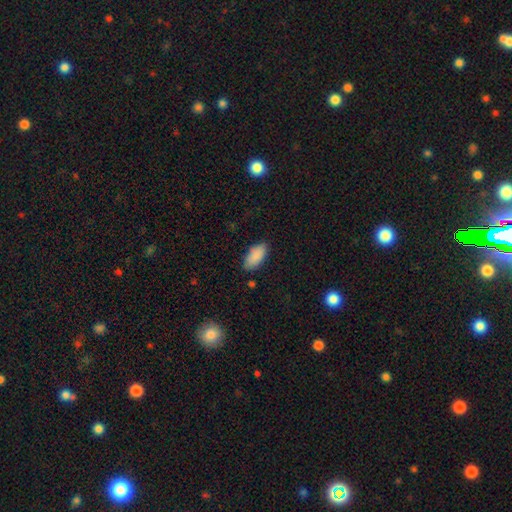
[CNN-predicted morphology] smooth-or-featured: smooth: 89% | star or artifact: 6% | featured or disk: 4%
  how-rounded: in between: 92% | cigar-shaped: 6% | round: 2%
  merging: none: 82% | minor disturbance: 14% | major disturbance: 3% | merger: 1%